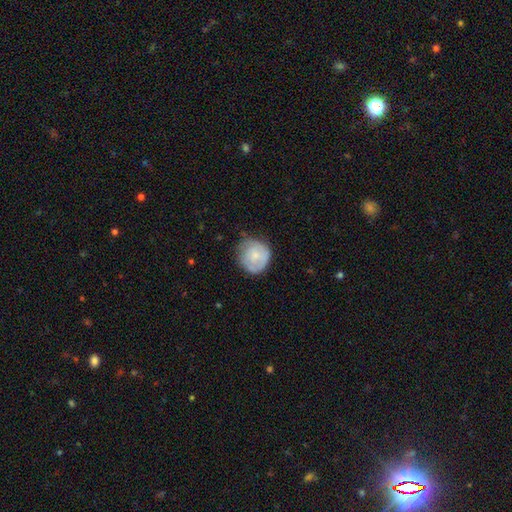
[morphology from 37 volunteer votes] A smooth galaxy with no disk features (70%) that is round (92%). Merging: minor disturbance (40%).